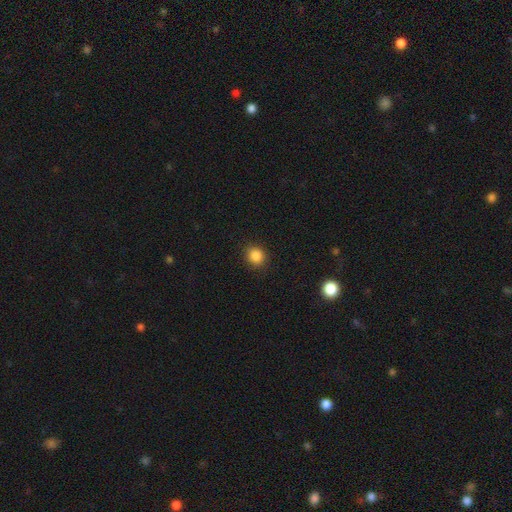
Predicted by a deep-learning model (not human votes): This appears to be a smooth galaxy with no disk features (85%) that is round (80%). Merging: none (89%).